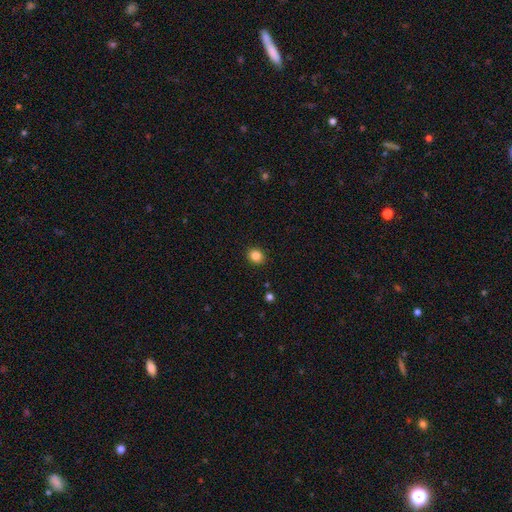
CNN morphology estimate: type=smooth (84%); roundness=round (72%); merging=none (91%).